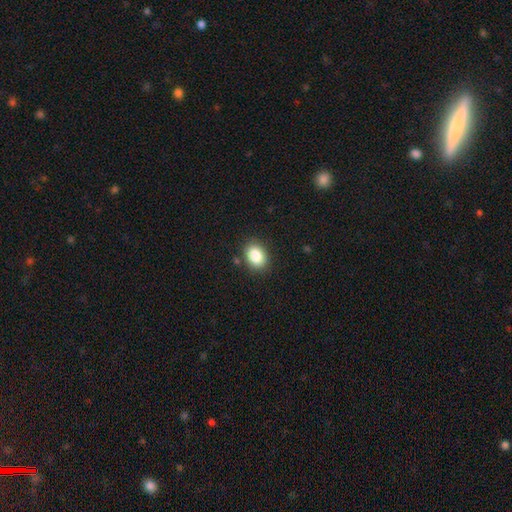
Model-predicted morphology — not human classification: smooth 85%, star or artifact 9%, featured or disk 6%. Down the decision tree: how rounded — in between (69%); merging — none (87%).